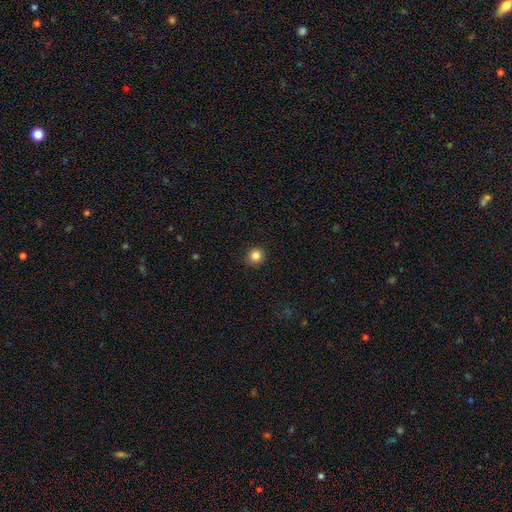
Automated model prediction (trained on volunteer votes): Morphology: type=smooth (84%); roundness=round (94%); merging=none (92%).